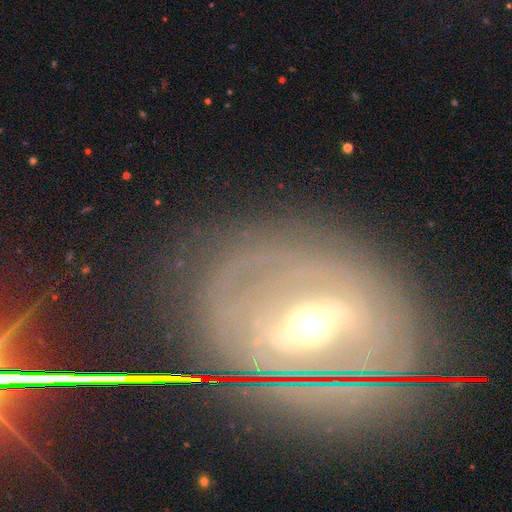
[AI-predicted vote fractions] smooth_or_featured: featured or disk (p=0.73) [alt: star or artifact p=0.14]
disk_edge_on: no (p=0.88) [alt: yes p=0.12]
bar: strong (p=0.44) [alt: weak p=0.35]
has_spiral_arms: yes (p=0.61) [alt: no p=0.39]
bulge_size: moderate (p=0.67) [alt: small p=0.20]
merging: none (p=0.76) [alt: minor disturbance p=0.13]